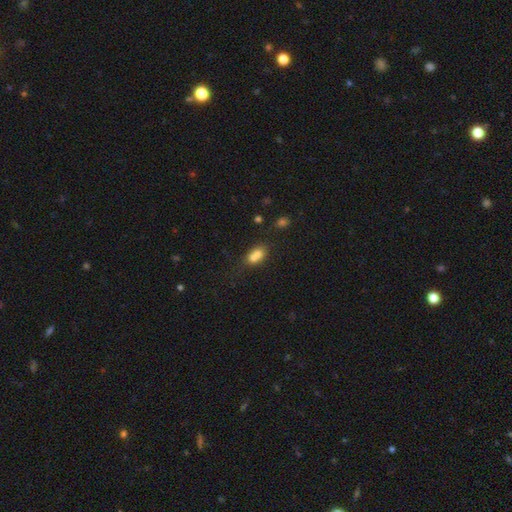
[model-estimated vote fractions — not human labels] Smooth or featured?
  - smooth: 70% *
  - featured or disk: 18%
  - star or artifact: 12%
How rounded?
  - in between: 61% *
  - round: 36%
  - cigar-shaped: 4%
Merging?
  - merger: 59% *
  - none: 28%
  - minor disturbance: 9%
  - major disturbance: 4%